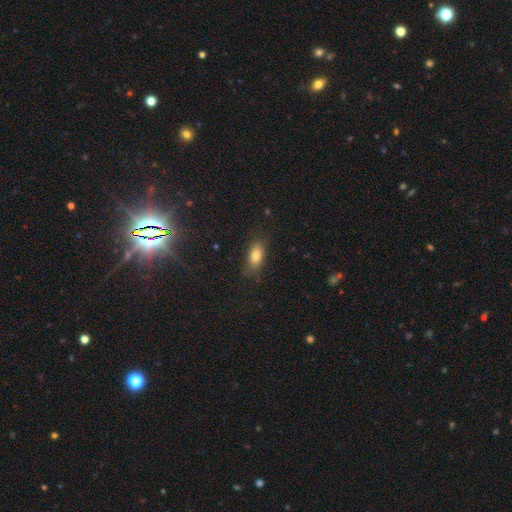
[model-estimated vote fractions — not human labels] This is clearly a smooth galaxy (80%). How rounded: clearly in between (84%). Merging: likely none (80%).